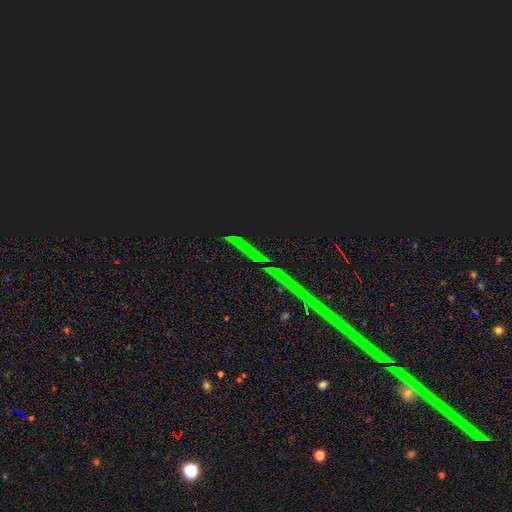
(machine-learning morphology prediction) type=star or artifact (88%).